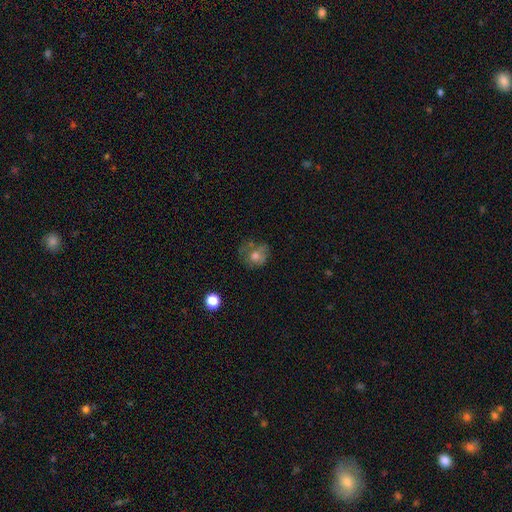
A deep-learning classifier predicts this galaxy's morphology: smooth_or_featured: smooth (p=0.61) [alt: featured or disk p=0.27]
how_rounded: round (p=0.73) [alt: in between p=0.26]
merging: none (p=0.50) [alt: minor disturbance p=0.26]